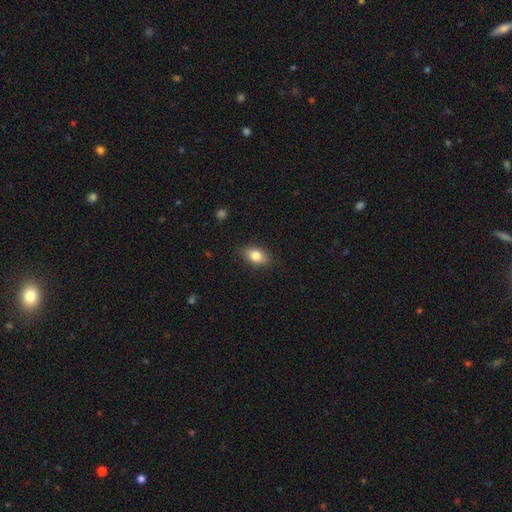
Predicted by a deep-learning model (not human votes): This is clearly a smooth galaxy (82%). How rounded: clearly in between (85%). Merging: clearly none (86%).